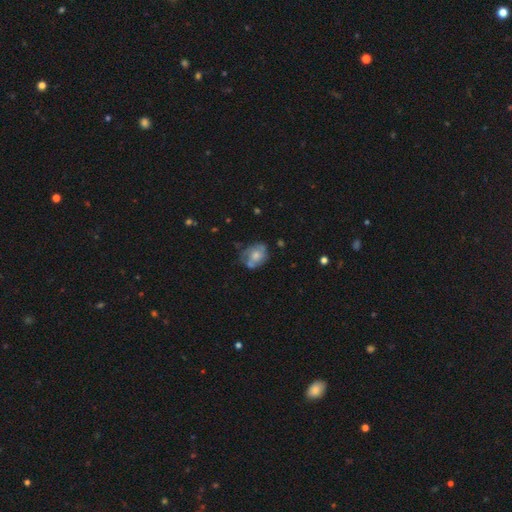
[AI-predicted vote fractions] Smooth or featured? featured or disk (47%)
Merging? none (50%)